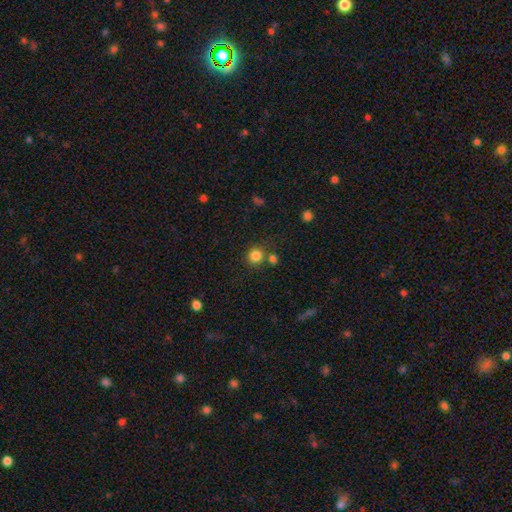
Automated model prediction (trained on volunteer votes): This is clearly a smooth galaxy (83%). How rounded: clearly round (90%). Merging: likely none (71%).